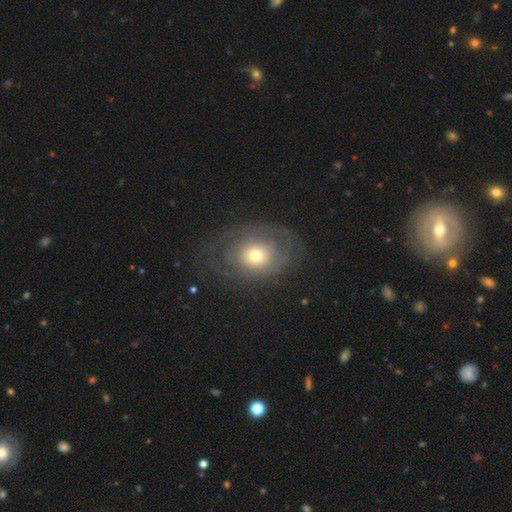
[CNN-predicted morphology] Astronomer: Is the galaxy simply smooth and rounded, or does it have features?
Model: featured or disk — 54% (runner-up: smooth, 37%).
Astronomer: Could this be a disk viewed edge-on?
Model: no — 94%.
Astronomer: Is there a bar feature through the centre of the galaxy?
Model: no — 87%.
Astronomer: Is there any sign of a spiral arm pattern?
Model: yes — 52% (runner-up: no, 48%).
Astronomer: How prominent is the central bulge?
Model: moderate — 61%.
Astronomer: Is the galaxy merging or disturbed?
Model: none — 63%.